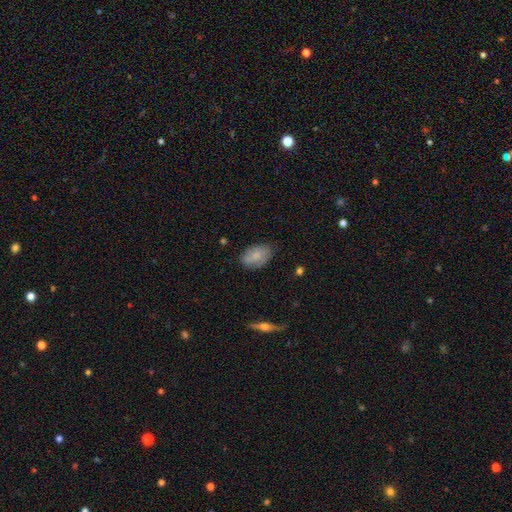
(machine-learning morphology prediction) Smooth or featured: smooth — 78% (featured or disk — 15%)
How rounded: in between — 90% (round — 9%)
Merging: none — 76% (minor disturbance — 18%)